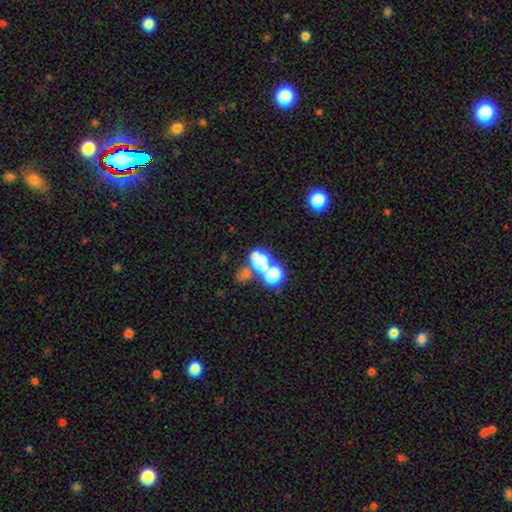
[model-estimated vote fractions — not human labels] This is possibly a smooth galaxy (50%). How rounded: likely round (68%). Merging: possibly none (47%).